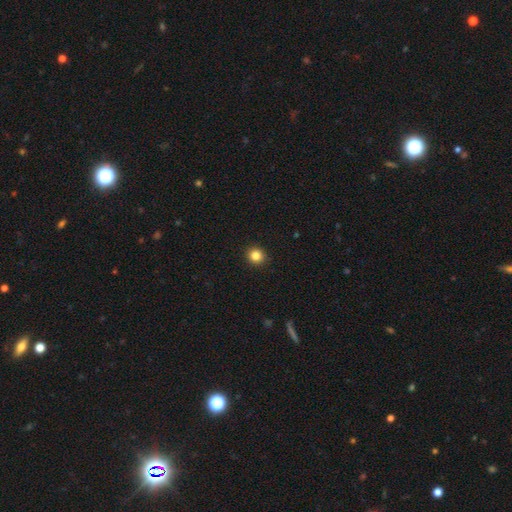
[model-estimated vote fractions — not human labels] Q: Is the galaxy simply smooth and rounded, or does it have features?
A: smooth — 84%.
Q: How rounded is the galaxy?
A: round — 91%.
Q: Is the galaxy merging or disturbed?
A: none — 93%.